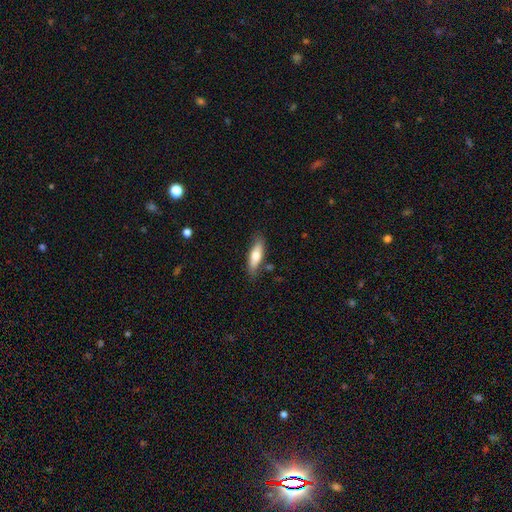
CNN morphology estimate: This is likely a smooth galaxy (68%). How rounded: possibly in between (59%). Merging: likely none (80%).